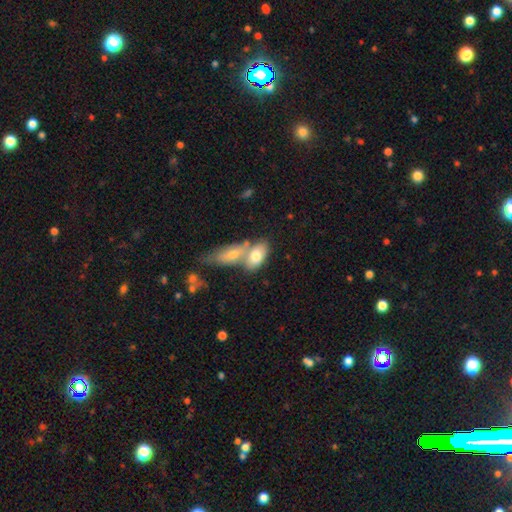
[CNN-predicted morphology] The model was most divided on "merging": merger: 59%, none: 28%, minor disturbance: 9%, major disturbance: 4%. More confident: how rounded — in between (88%); smooth or featured — smooth (73%).